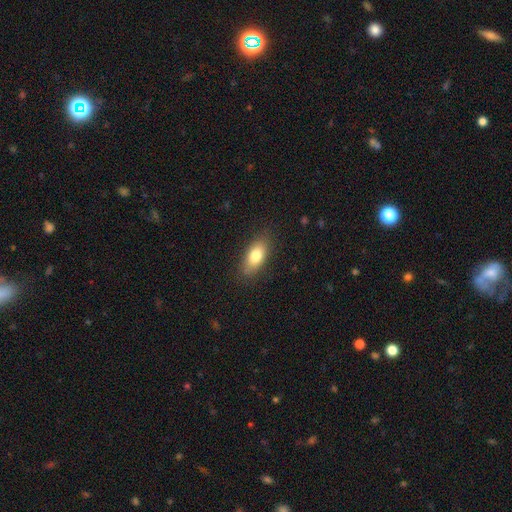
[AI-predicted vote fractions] Smooth or featured? Predicted: smooth (p=0.78). How rounded? Predicted: in between (p=0.85). Merging? Predicted: none (p=0.83).